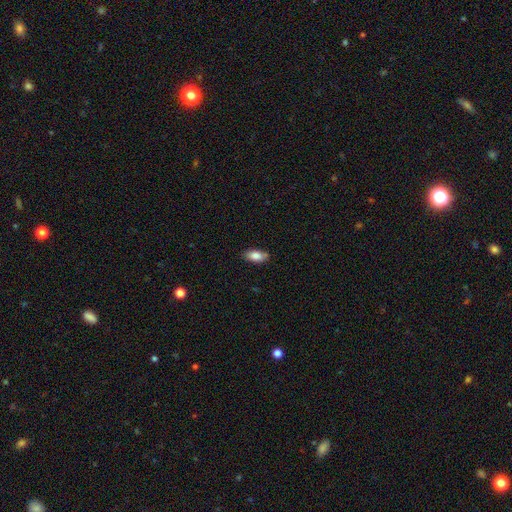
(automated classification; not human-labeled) Smooth or featured? smooth (83%)
How rounded? in between (88%)
Merging? none (82%)